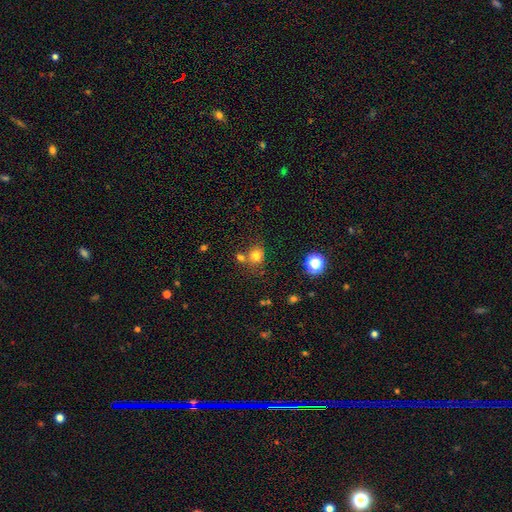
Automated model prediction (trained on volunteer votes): A smooth galaxy with no disk features (77%) that is round (81%).

Vote fractions:
- Smooth or featured? smooth: 77% / star or artifact: 15% / featured or disk: 8%
- How rounded? round: 81% / in between: 18% / cigar-shaped: 1%
- Merging? none: 61% / merger: 23% / minor disturbance: 12% / major disturbance: 4%